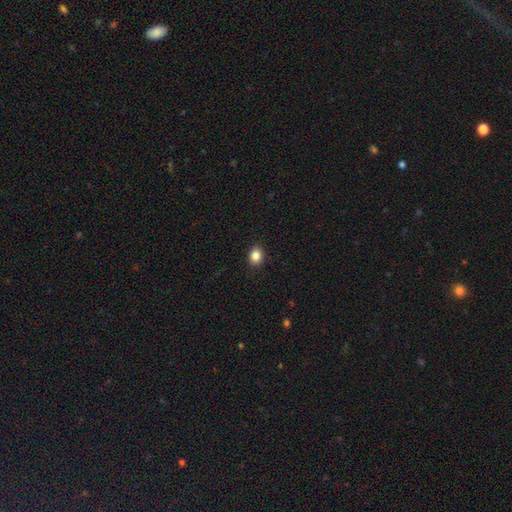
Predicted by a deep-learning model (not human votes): Morphology: type=smooth (86%); roundness=round (53%); merging=none (91%).